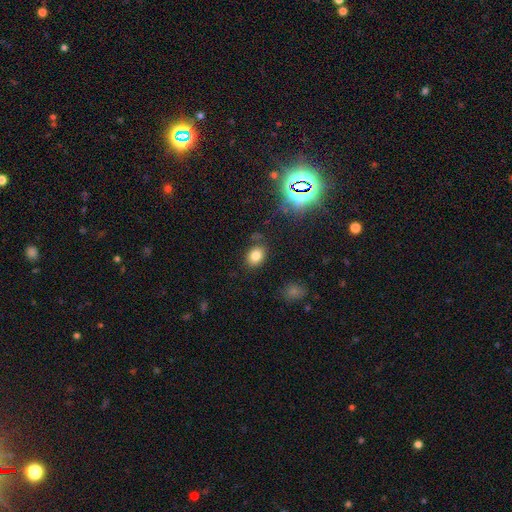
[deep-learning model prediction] smooth_or_featured: smooth (p=0.78) [alt: star or artifact p=0.14]
how_rounded: in between (p=0.66) [alt: round p=0.33]
merging: none (p=0.81) [alt: minor disturbance p=0.12]